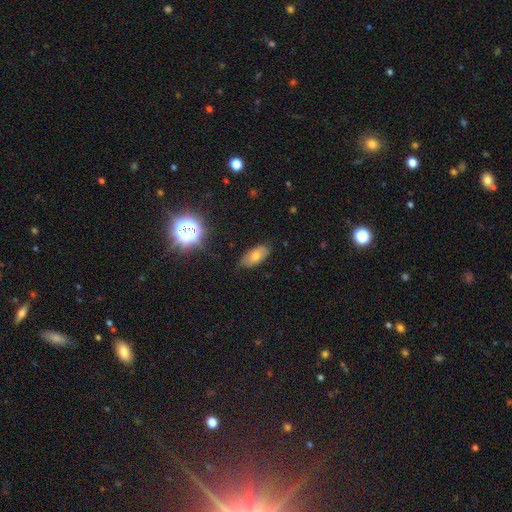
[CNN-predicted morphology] Q: Smooth or featured?
A: smooth (67%); runner-up: featured or disk (21%)
Q: How rounded?
A: in between (91%); runner-up: cigar-shaped (5%)
Q: Merging?
A: none (78%); runner-up: minor disturbance (17%)